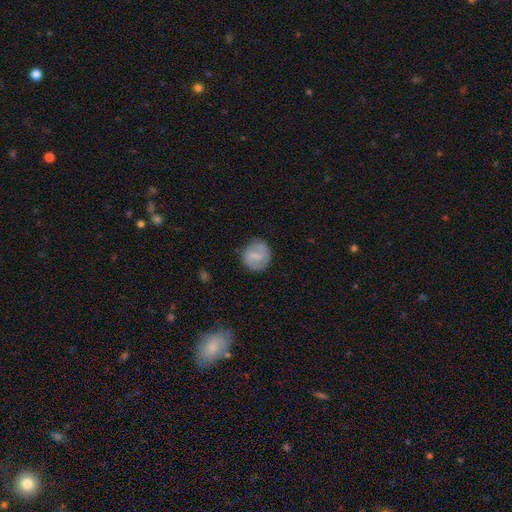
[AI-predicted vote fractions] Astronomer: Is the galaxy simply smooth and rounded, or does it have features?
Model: featured or disk — 47% (runner-up: smooth, 46%).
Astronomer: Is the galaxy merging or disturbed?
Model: none — 76%.